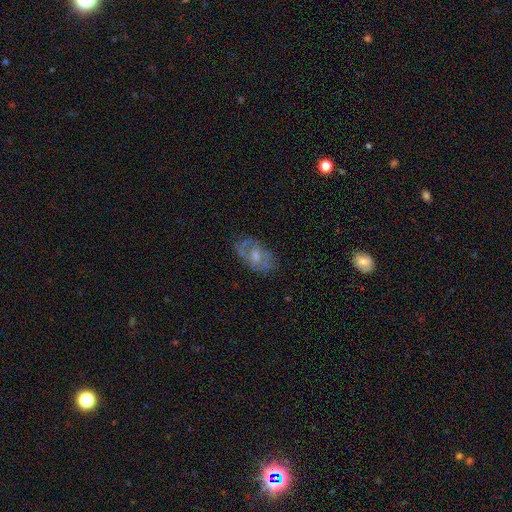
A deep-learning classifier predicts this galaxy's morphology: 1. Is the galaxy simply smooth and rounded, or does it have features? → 58% featured or disk, 32% smooth, 10% star or artifact.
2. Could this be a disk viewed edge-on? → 94% no, 6% yes.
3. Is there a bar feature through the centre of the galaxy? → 69% no, 26% weak, 5% strong.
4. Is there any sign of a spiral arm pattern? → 52% no, 48% yes.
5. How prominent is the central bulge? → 47% moderate, 44% small, 5% none, 3% large, 1% dominant.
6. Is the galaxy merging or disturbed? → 65% none, 22% minor disturbance, 10% major disturbance, 3% merger.